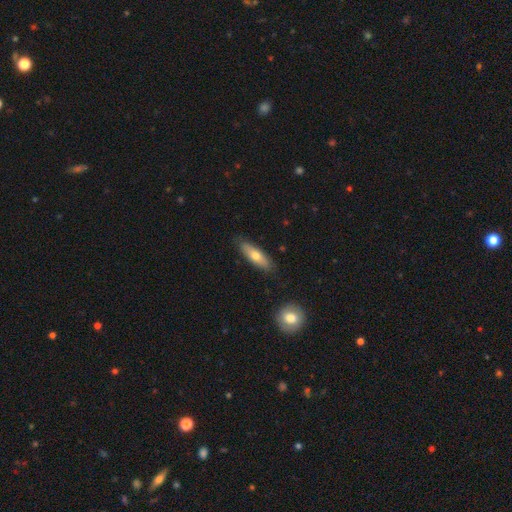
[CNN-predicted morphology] Smooth or featured? Predicted: smooth (p=0.64). How rounded? Predicted: in between (p=0.49). Merging? Predicted: none (p=0.85).